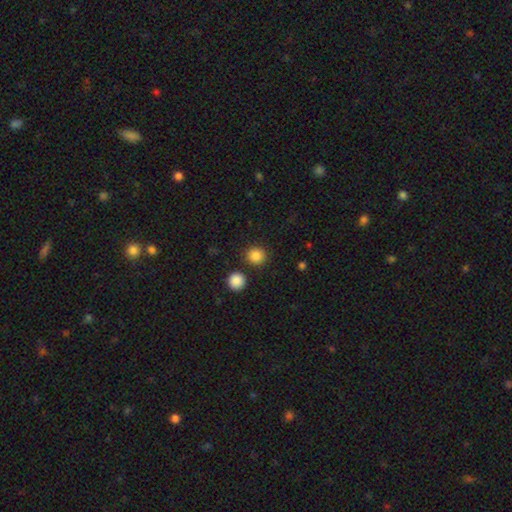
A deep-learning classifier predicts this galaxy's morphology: type=smooth (86%); roundness=round (91%); merging=none (85%).